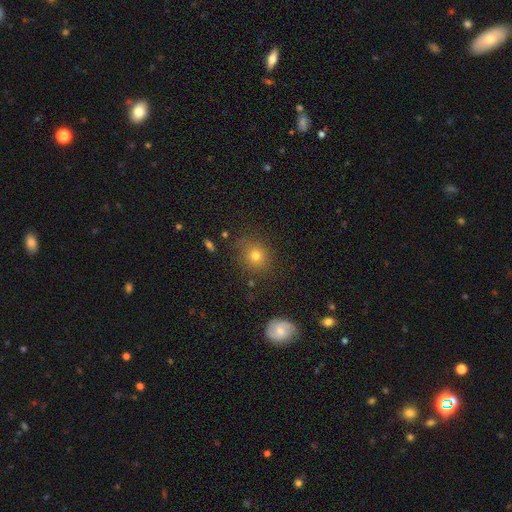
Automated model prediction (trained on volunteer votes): Morphology: type=smooth (72%); roundness=round (79%); merging=none (81%).